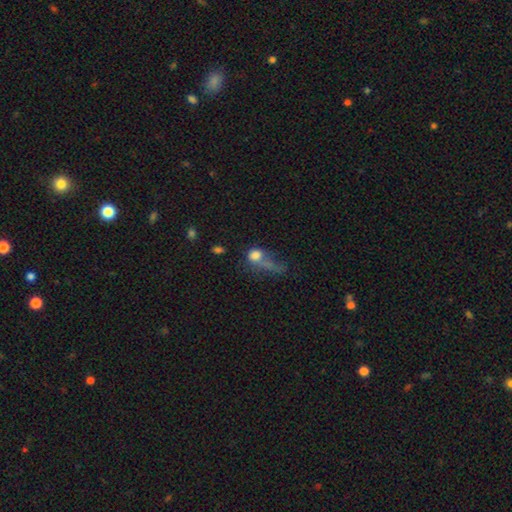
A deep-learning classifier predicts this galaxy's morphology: The model was most divided on "how rounded": in between: 51%, round: 45%, cigar-shaped: 5%. More confident: smooth or featured — smooth (68%); merging — major disturbance (52%).